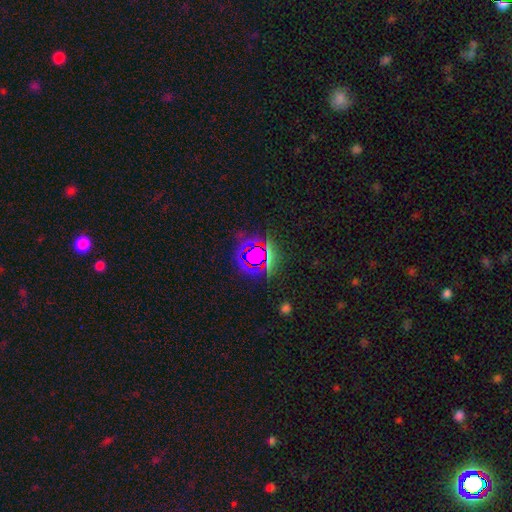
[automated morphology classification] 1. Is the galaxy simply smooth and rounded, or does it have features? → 68% star or artifact, 20% smooth, 11% featured or disk.